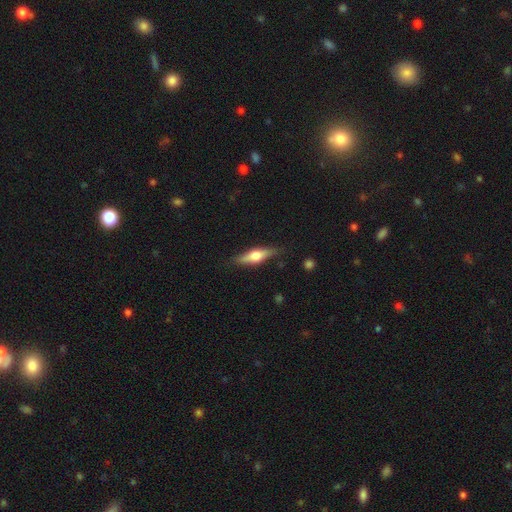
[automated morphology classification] This appears to be a featured or disk galaxy (52%) viewed edge-on (93%). Merging: none (81%).